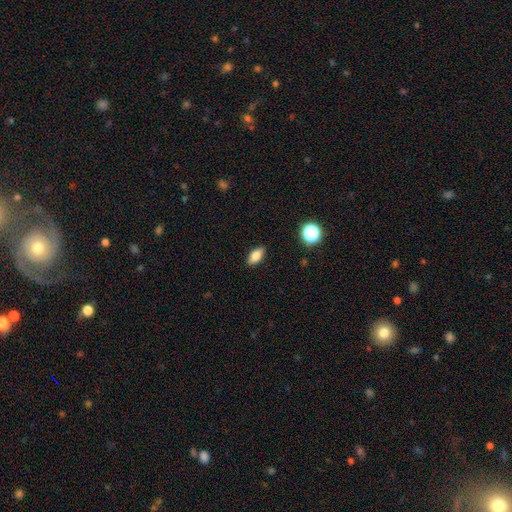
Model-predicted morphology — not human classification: This is clearly a smooth galaxy (81%). How rounded: clearly in between (86%). Merging: clearly none (88%).